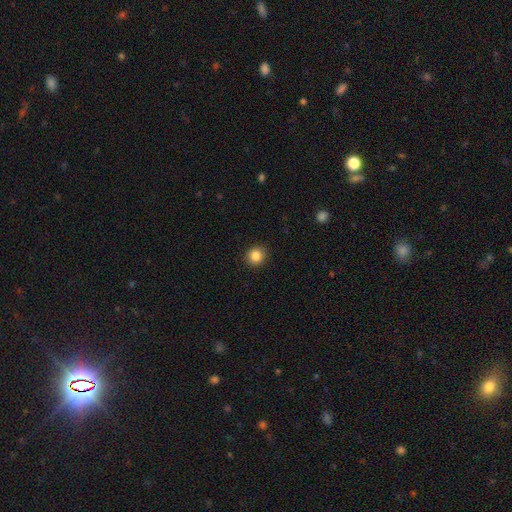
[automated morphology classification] Overall: smooth (86%). How rounded: round (88%). Merging: none (91%).